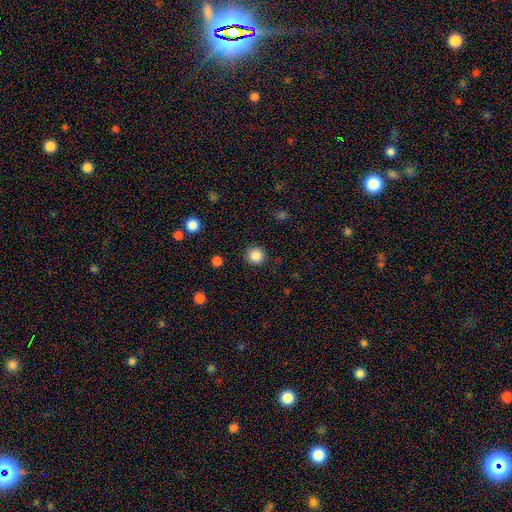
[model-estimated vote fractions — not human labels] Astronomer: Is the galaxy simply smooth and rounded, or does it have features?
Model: smooth — 86%.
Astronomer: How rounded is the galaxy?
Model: round — 95%.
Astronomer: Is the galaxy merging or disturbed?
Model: none — 91%.